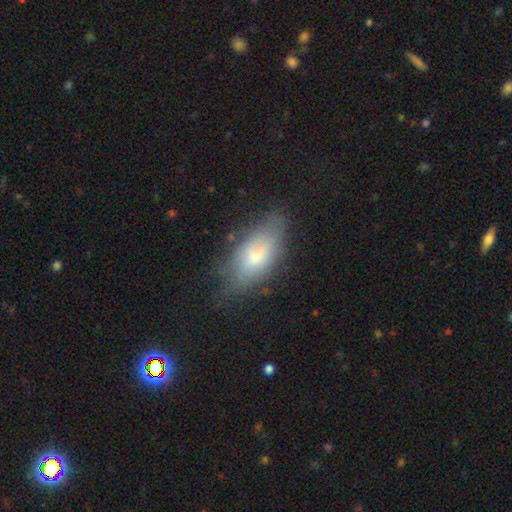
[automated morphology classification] A smooth galaxy with no disk features (64%) that is in between round and cigar-shaped (83%).

Vote fractions:
- Smooth or featured? smooth: 64% / featured or disk: 27% / star or artifact: 8%
- How rounded? in between: 83% / cigar-shaped: 13% / round: 3%
- Merging? none: 66% / minor disturbance: 25% / major disturbance: 7% / merger: 2%